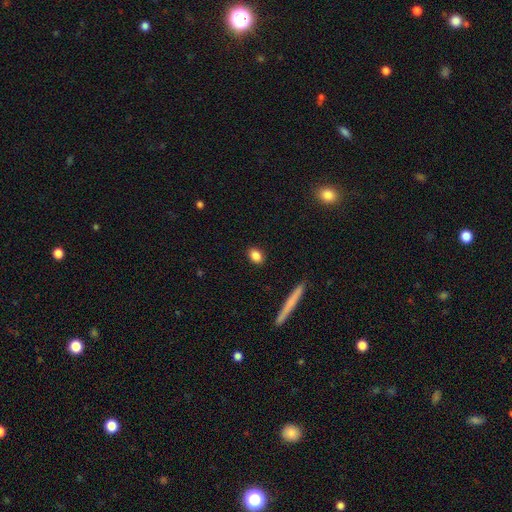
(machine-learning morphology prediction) type=smooth (86%); roundness=in between (71%); merging=none (89%).